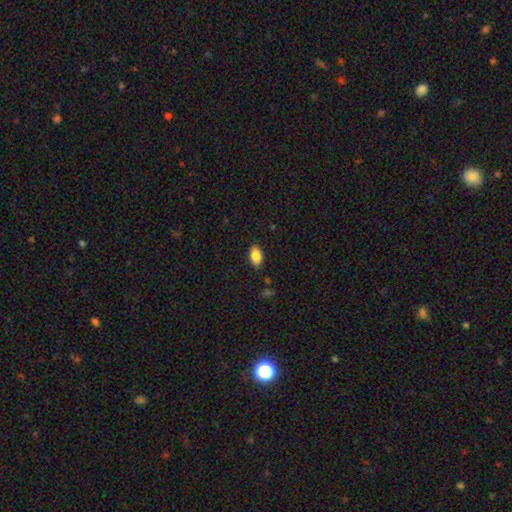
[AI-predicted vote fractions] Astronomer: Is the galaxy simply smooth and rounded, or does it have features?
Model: smooth — 85%.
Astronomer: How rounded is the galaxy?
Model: in between — 91%.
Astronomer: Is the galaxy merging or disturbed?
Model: none — 86%.